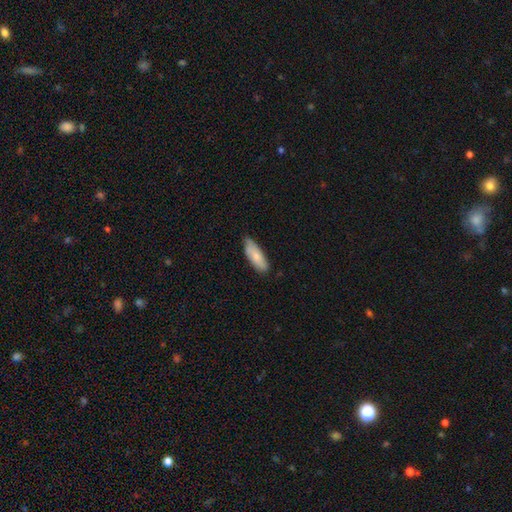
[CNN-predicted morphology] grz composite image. It shows a smooth galaxy with no disk features (77%) that is in between round and cigar-shaped (66%). Merging: none (73%).